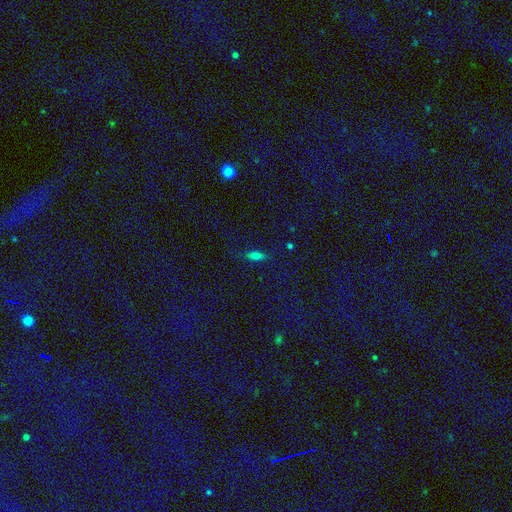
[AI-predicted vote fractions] This appears to be a smooth galaxy with no disk features (65%) that is in between round and cigar-shaped (61%). Merging: none (83%).